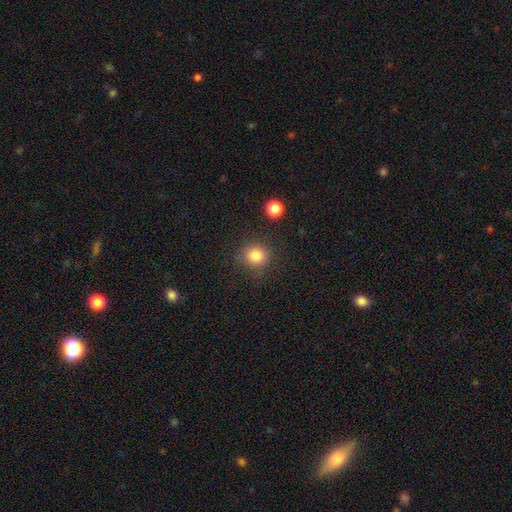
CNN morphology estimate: The model was most divided on "merging": none: 81%, minor disturbance: 12%, major disturbance: 4%, merger: 3%. More confident: how rounded — round (86%); smooth or featured — smooth (83%).